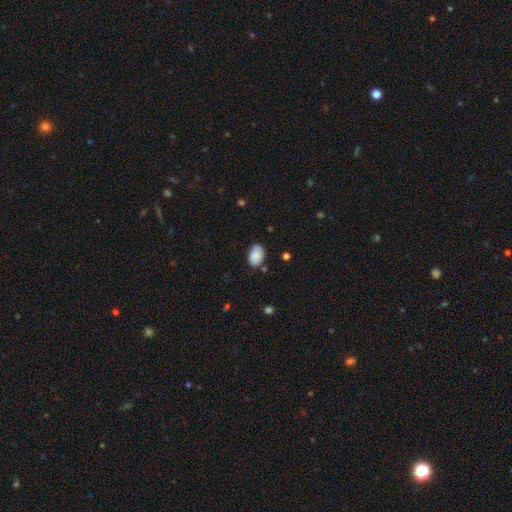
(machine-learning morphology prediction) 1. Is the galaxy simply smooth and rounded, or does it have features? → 86% smooth, 7% featured or disk, 7% star or artifact.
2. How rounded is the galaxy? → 87% in between, 12% round, 1% cigar-shaped.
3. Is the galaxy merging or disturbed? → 77% none, 17% minor disturbance, 3% major disturbance, 3% merger.